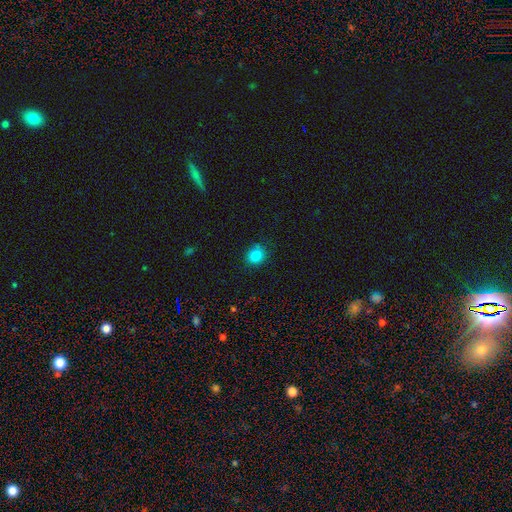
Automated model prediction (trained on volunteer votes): Morphology: type=smooth (85%); roundness=round (74%); merging=none (81%).